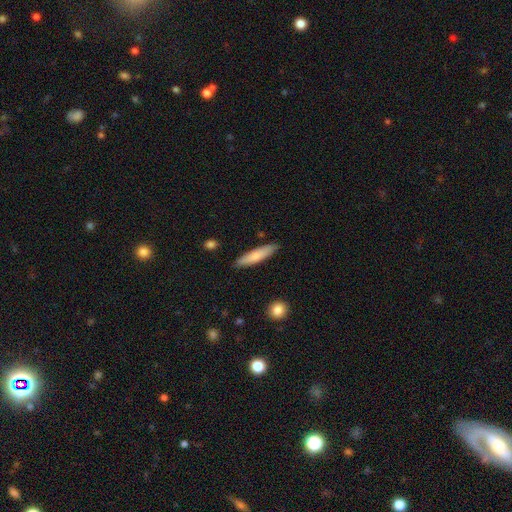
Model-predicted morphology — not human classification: Q: Smooth or featured?
A: smooth (77%); runner-up: featured or disk (18%)
Q: How rounded?
A: cigar-shaped (80%); runner-up: in between (18%)
Q: Merging?
A: none (87%); runner-up: minor disturbance (10%)